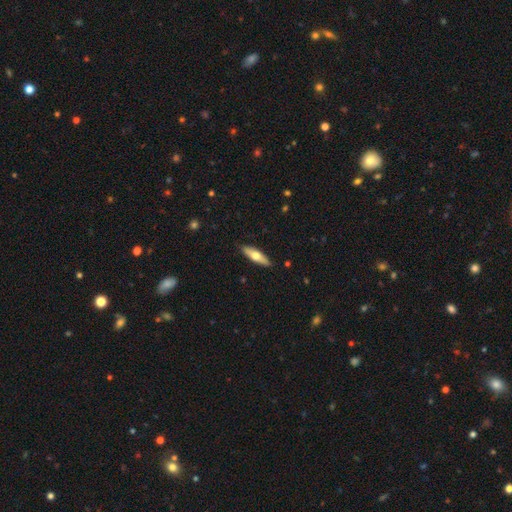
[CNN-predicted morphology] Q: Smooth or featured?
A: smooth (52%); runner-up: featured or disk (43%)
Q: How rounded?
A: cigar-shaped (63%); runner-up: in between (35%)
Q: Merging?
A: none (89%); runner-up: minor disturbance (8%)